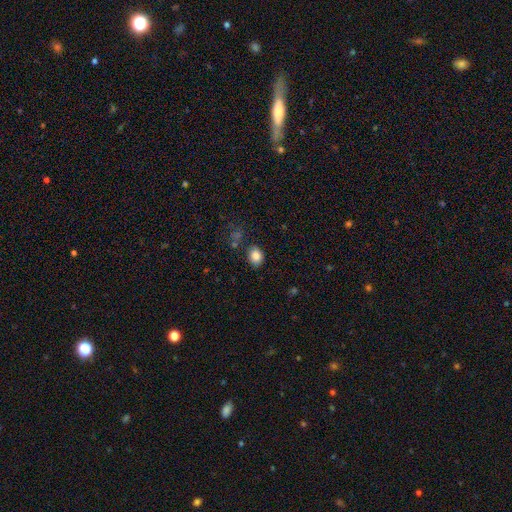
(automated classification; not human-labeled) smooth 84%, star or artifact 9%, featured or disk 7%. Down the decision tree: how rounded — in between (59%); merging — none (80%).